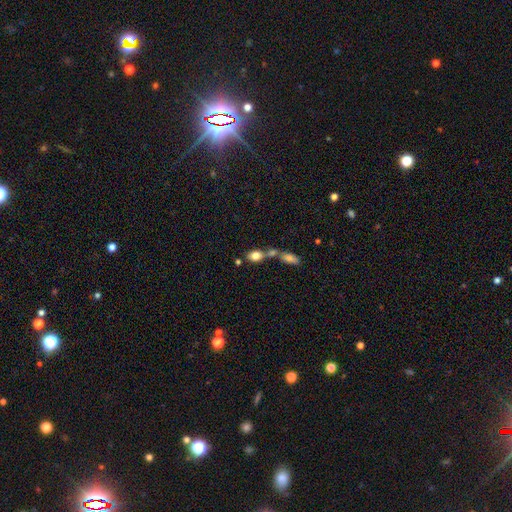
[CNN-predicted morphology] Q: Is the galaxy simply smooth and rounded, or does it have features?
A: smooth — 79%.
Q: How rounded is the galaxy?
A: in between — 72%.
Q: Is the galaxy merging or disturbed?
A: merger — 54%.